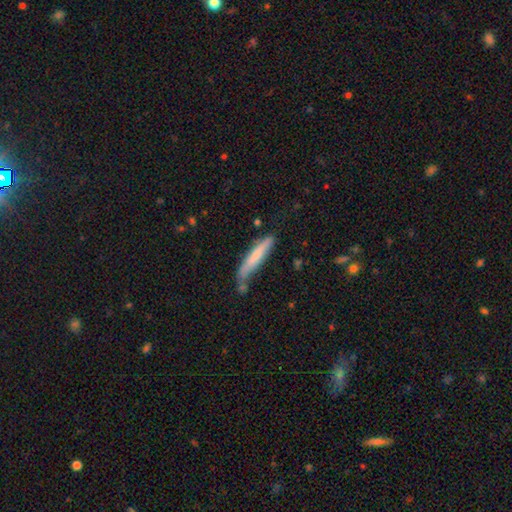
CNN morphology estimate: Q: Smooth or featured?
A: smooth (68%); runner-up: featured or disk (26%)
Q: How rounded?
A: cigar-shaped (90%); runner-up: in between (9%)
Q: Merging?
A: none (59%); runner-up: minor disturbance (25%)